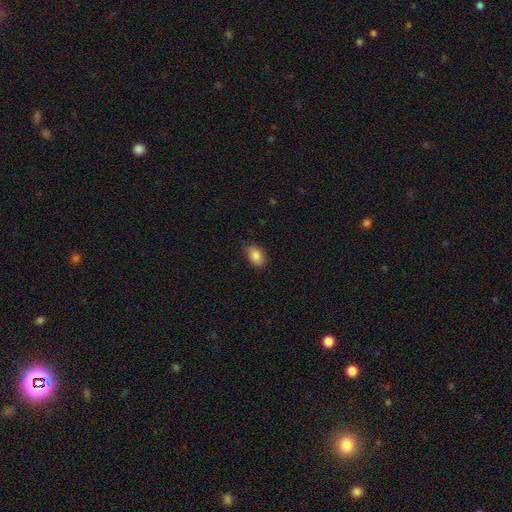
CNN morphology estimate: Q: Smooth or featured?
A: smooth (87%); runner-up: star or artifact (8%)
Q: How rounded?
A: in between (87%); runner-up: round (12%)
Q: Merging?
A: none (86%); runner-up: minor disturbance (11%)